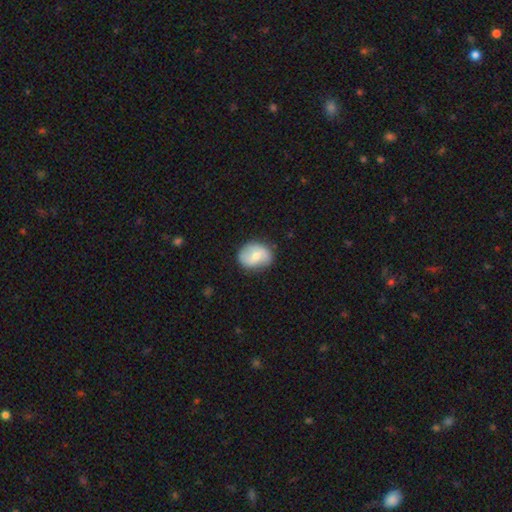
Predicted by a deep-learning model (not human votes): Smooth or featured? Predicted: smooth (p=0.54). How rounded? Predicted: round (p=0.50). Merging? Predicted: none (p=0.77).